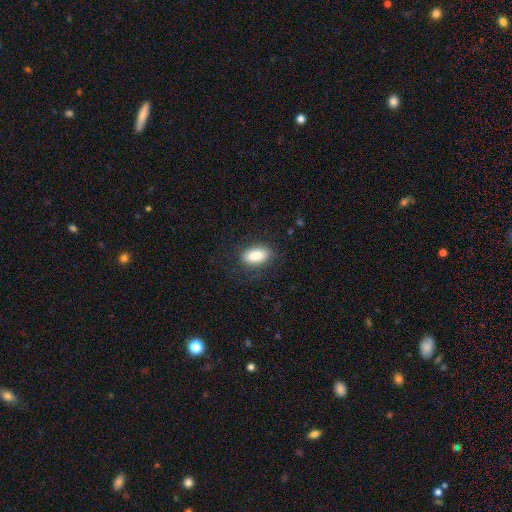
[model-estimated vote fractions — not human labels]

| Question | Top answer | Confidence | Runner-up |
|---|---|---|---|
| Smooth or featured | smooth | 85% | featured or disk (8%) |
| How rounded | in between | 90% | cigar-shaped (5%) |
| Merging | none | 82% | minor disturbance (12%) |